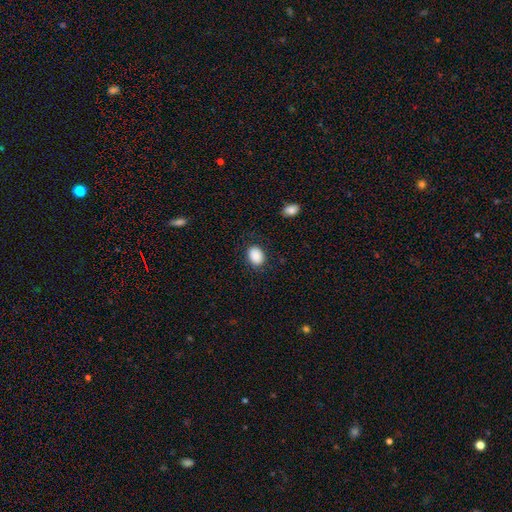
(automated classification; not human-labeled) Smooth or featured: smooth — 89% (star or artifact — 8%)
How rounded: in between — 67% (round — 32%)
Merging: none — 86% (minor disturbance — 10%)